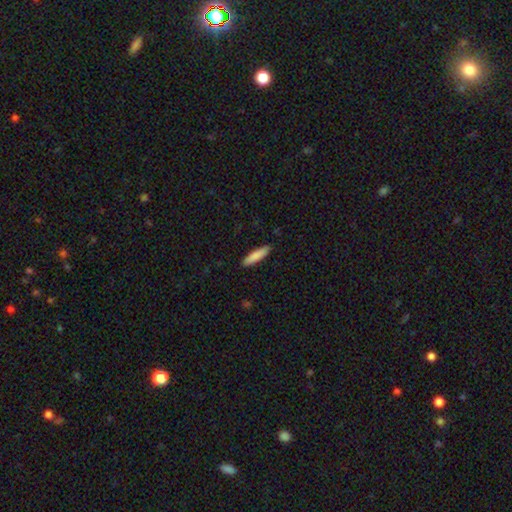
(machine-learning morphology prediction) Smooth or featured? smooth (84%)
How rounded? cigar-shaped (78%)
Merging? none (90%)